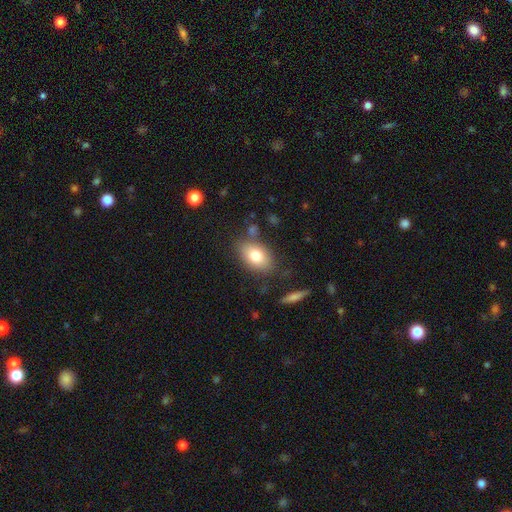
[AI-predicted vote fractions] smooth-or-featured: smooth: 78% | featured or disk: 14% | star or artifact: 8%
  how-rounded: in between: 86% | round: 12% | cigar-shaped: 2%
  merging: none: 76% | minor disturbance: 14% | merger: 5% | major disturbance: 4%